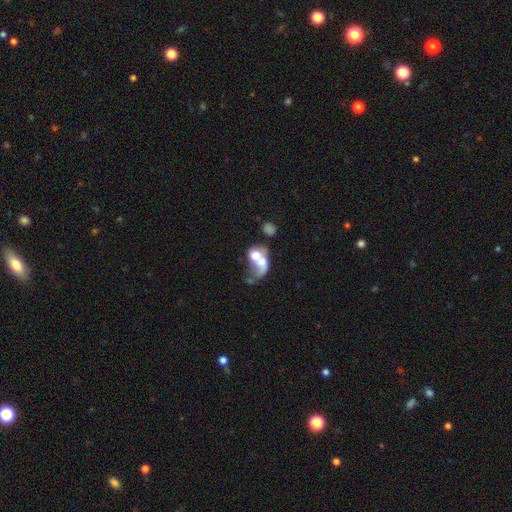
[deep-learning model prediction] Smooth or featured?
  - smooth: 50% *
  - featured or disk: 39%
  - star or artifact: 10%
How rounded?
  - in between: 62% *
  - round: 36%
  - cigar-shaped: 2%
Merging?
  - merger: 63% *
  - major disturbance: 20%
  - none: 10%
  - minor disturbance: 7%